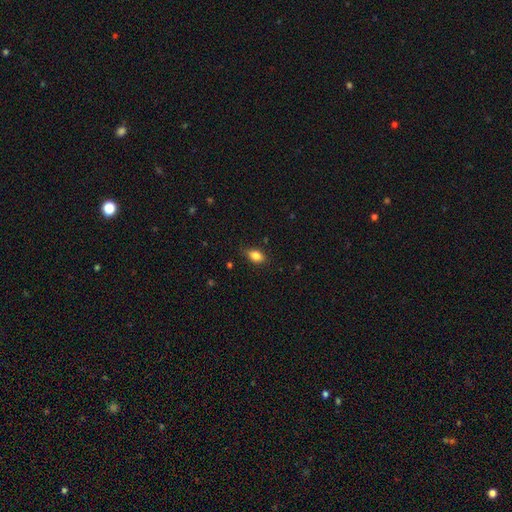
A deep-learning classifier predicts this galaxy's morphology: Overall: smooth (85%). How rounded: in between (82%). Merging: none (78%).